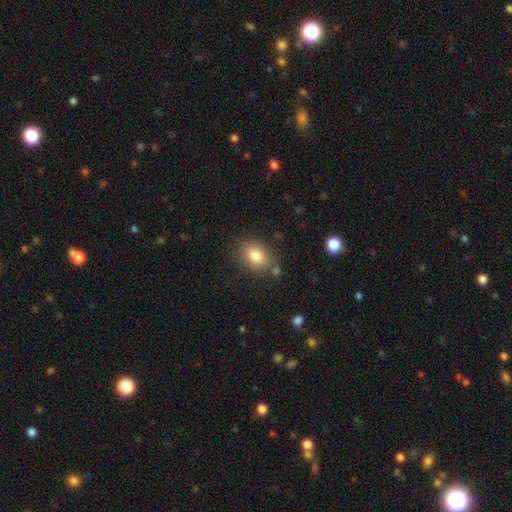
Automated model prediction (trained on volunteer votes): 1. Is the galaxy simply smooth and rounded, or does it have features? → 82% smooth, 9% star or artifact, 8% featured or disk.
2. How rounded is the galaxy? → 60% in between, 39% round, 1% cigar-shaped.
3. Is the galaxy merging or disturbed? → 77% none, 14% minor disturbance, 5% merger, 4% major disturbance.